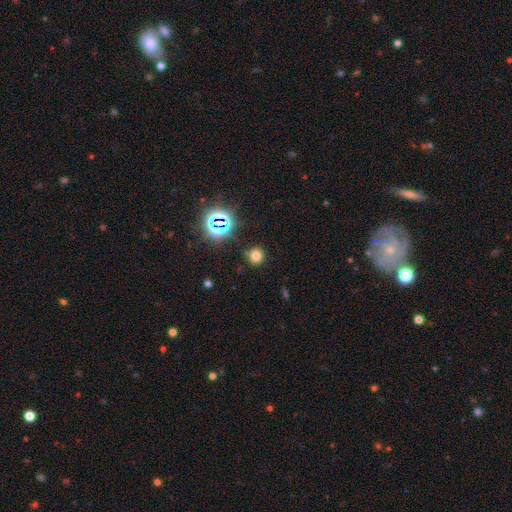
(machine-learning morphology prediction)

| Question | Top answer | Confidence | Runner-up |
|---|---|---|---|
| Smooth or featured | smooth | 69% | star or artifact (25%) |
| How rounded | round | 89% | in between (10%) |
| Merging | none | 85% | minor disturbance (9%) |